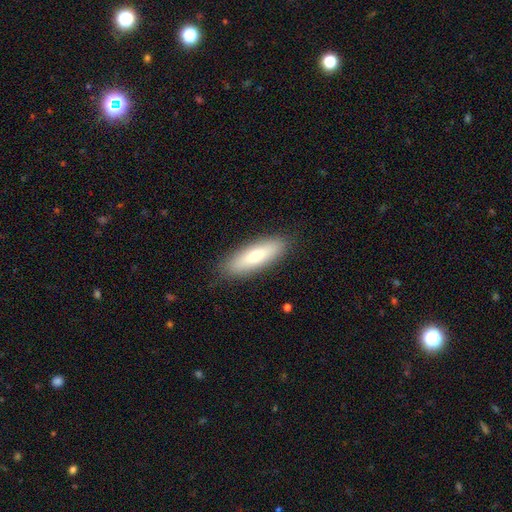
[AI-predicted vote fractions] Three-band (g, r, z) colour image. It shows a smooth galaxy with no disk features (66%) that is in between round and cigar-shaped (51%). Merging: none (89%).